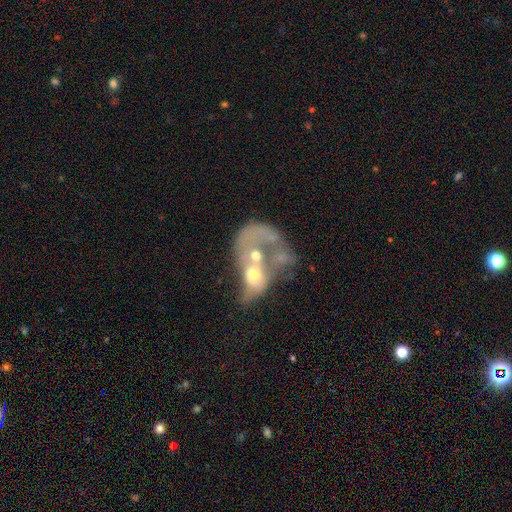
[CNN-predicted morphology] Smooth or featured?
  - featured or disk: 55% *
  - smooth: 35%
  - star or artifact: 10%
Edge-on disk?
  - no: 96% *
  - yes: 4%
Bar?
  - no: 87% *
  - weak: 10%
  - strong: 3%
Spiral arms?
  - no: 80% *
  - yes: 20%
Bulge size?
  - moderate: 57% *
  - small: 20%
  - none: 11%
  - large: 10%
  - dominant: 3%
Merging?
  - merger: 72% *
  - major disturbance: 18%
  - none: 6%
  - minor disturbance: 4%